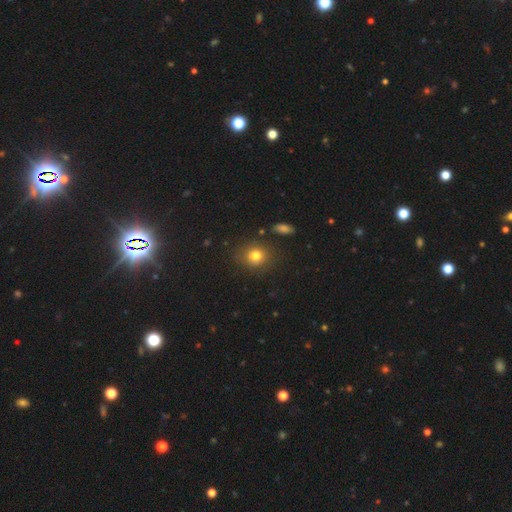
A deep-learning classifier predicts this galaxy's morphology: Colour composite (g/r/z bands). It shows a smooth galaxy with no disk features (78%) that is round (78%). Merging: none (81%).